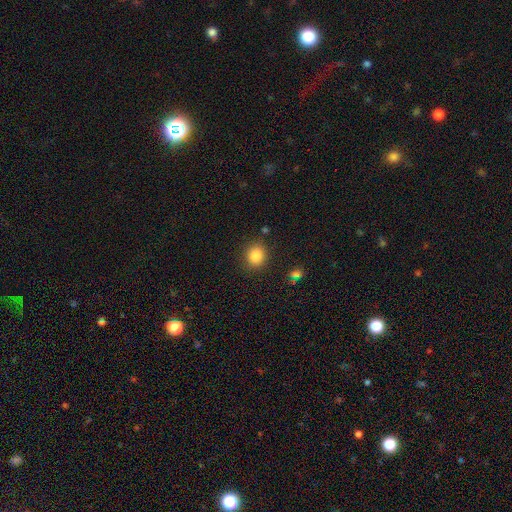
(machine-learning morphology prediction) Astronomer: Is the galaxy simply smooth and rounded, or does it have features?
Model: smooth — 85%.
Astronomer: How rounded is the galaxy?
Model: round — 74%.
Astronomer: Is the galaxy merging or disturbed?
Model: none — 86%.